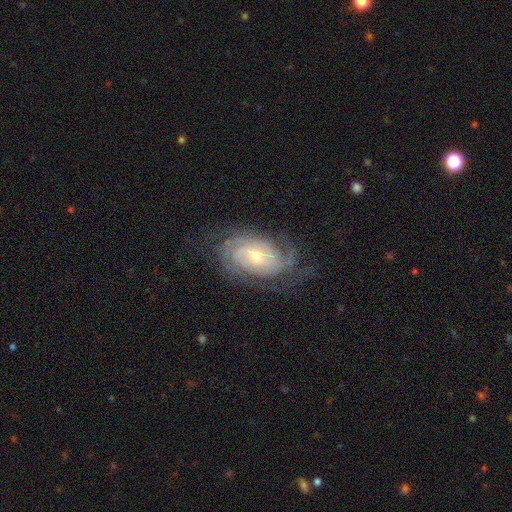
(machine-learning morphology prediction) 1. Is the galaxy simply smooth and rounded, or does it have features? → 85% featured or disk, 9% smooth, 6% star or artifact.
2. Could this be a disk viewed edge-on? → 96% no, 4% yes.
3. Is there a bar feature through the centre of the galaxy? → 50% no, 40% weak, 10% strong.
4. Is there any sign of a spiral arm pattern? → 96% yes, 4% no.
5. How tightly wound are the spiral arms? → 64% tight, 28% medium, 7% loose.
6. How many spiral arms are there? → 34% can't tell, 26% 2, 17% 3, 11% 4, 6% more than 4, 5% 1.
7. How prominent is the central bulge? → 60% small, 35% moderate, 3% large, 2% none, 1% dominant.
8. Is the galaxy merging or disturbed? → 68% none, 19% minor disturbance, 12% major disturbance, 1% merger.